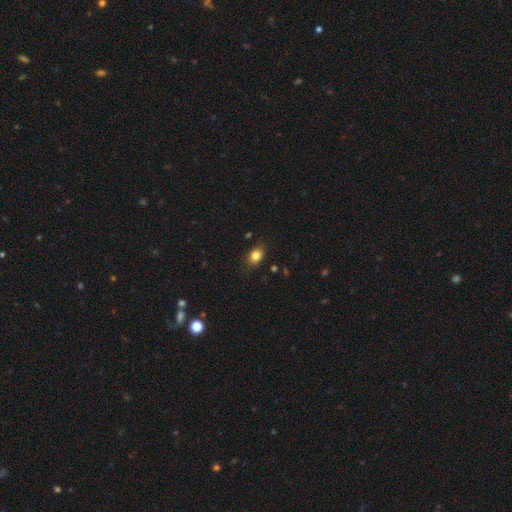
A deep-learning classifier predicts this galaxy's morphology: smooth-or-featured: smooth: 82% | star or artifact: 10% | featured or disk: 7%
  how-rounded: in between: 67% | round: 32% | cigar-shaped: 1%
  merging: none: 81% | minor disturbance: 15% | major disturbance: 3% | merger: 1%